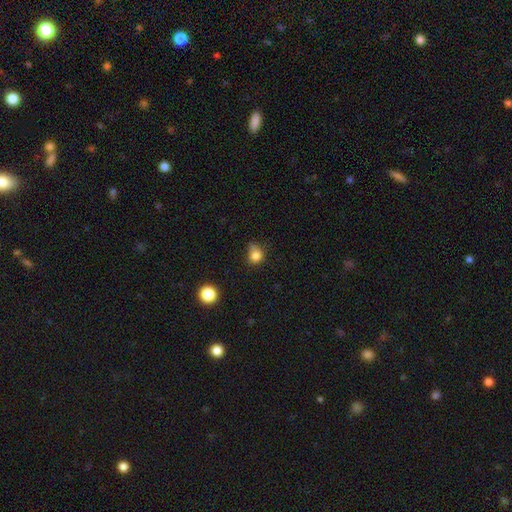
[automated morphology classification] Overall: smooth (80%). How rounded: round (76%). Merging: none (50%; minor disturbance 34%).